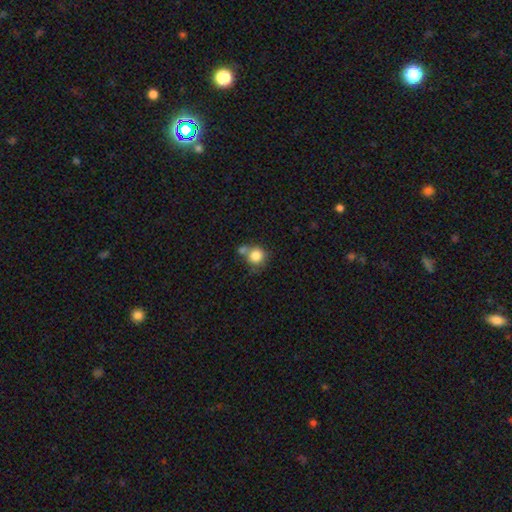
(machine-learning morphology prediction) Smooth or featured: smooth — 82% (star or artifact — 9%)
How rounded: round — 89% (in between — 10%)
Merging: none — 52% (merger — 31%)